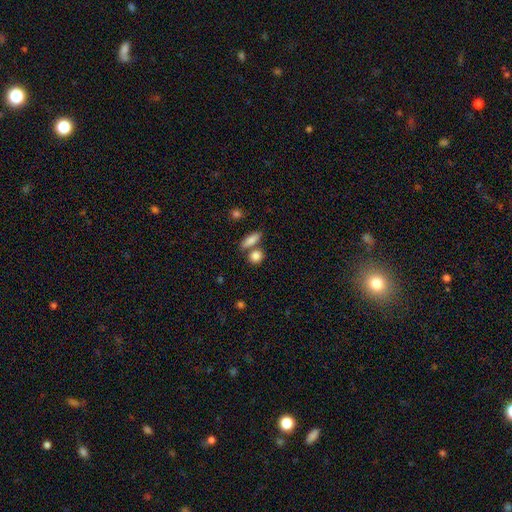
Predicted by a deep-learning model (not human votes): The model was most divided on "how rounded": round: 54%, in between: 39%, cigar-shaped: 7%. More confident: smooth or featured — smooth (86%); merging — none (60%).